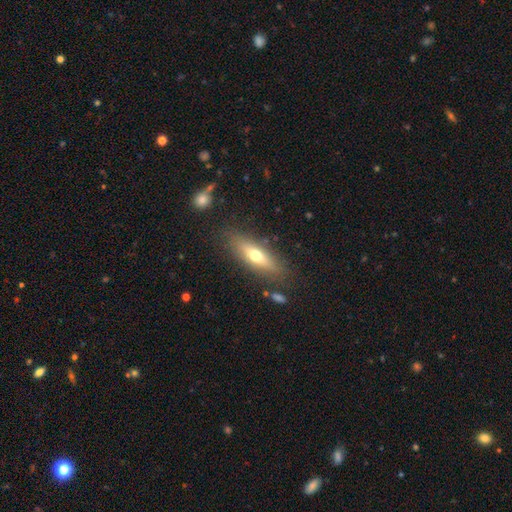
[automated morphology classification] Smooth or featured?
  - smooth: 54% *
  - featured or disk: 39%
  - star or artifact: 7%
How rounded?
  - cigar-shaped: 54% *
  - in between: 43%
  - round: 3%
Merging?
  - none: 81% *
  - minor disturbance: 12%
  - major disturbance: 4%
  - merger: 3%